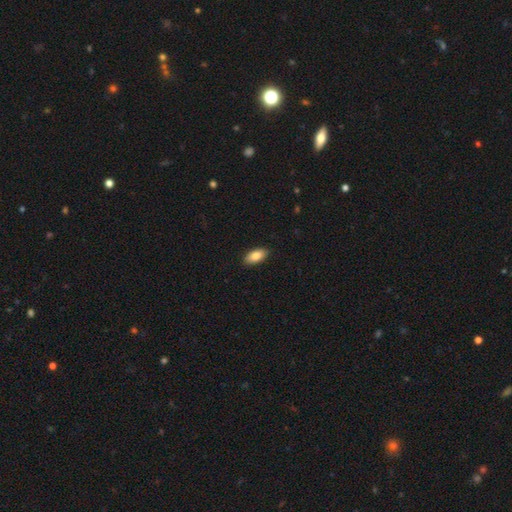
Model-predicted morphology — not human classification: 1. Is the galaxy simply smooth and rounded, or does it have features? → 85% smooth, 9% featured or disk, 7% star or artifact.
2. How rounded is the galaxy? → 91% in between, 6% cigar-shaped, 3% round.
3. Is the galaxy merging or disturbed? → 89% none, 8% minor disturbance, 2% major disturbance, 1% merger.